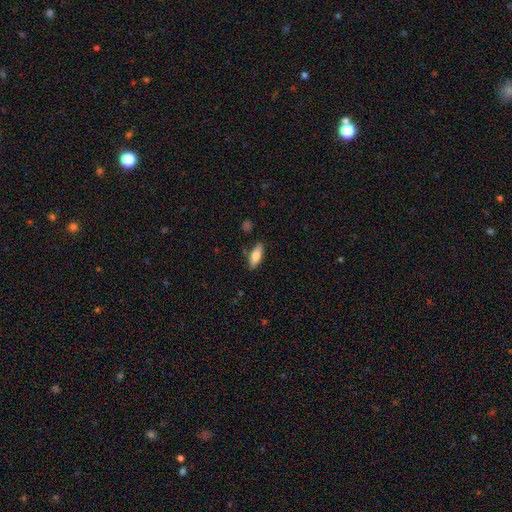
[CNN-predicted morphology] Q: Smooth or featured?
A: smooth (75%); runner-up: featured or disk (19%)
Q: How rounded?
A: in between (70%); runner-up: cigar-shaped (27%)
Q: Merging?
A: none (82%); runner-up: minor disturbance (13%)